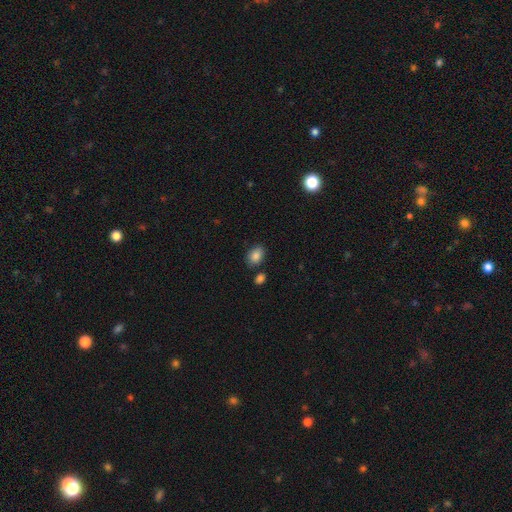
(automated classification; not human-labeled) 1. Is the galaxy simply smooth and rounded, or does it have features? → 85% smooth, 9% star or artifact, 6% featured or disk.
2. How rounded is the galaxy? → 78% in between, 21% round, 1% cigar-shaped.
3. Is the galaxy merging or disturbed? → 75% none, 13% minor disturbance, 8% merger, 3% major disturbance.